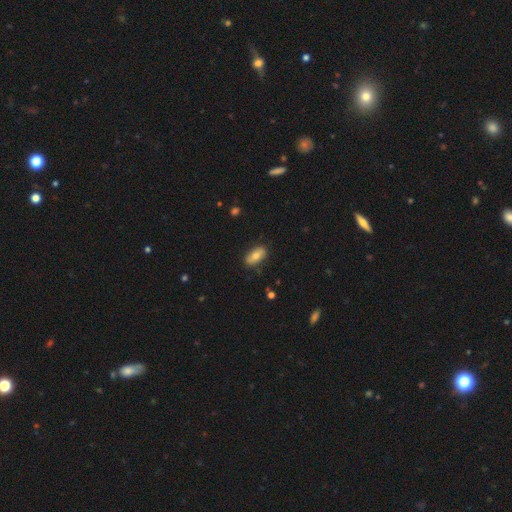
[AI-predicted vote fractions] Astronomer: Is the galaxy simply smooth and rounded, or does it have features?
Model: smooth — 70%.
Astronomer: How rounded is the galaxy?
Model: in between — 89%.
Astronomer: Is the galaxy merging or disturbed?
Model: none — 84%.